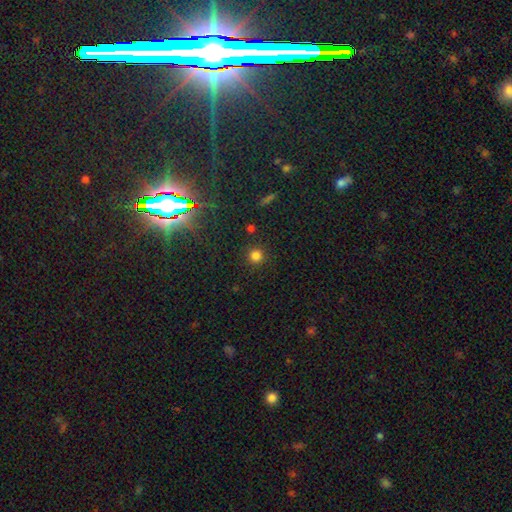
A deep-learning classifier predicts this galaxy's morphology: A smooth galaxy with no disk features (78%) that is round (95%).

Vote fractions:
- Smooth or featured? smooth: 78% / star or artifact: 17% / featured or disk: 5%
- How rounded? round: 95% / in between: 4% / cigar-shaped: 1%
- Merging? none: 90% / minor disturbance: 6% / major disturbance: 2% / merger: 2%